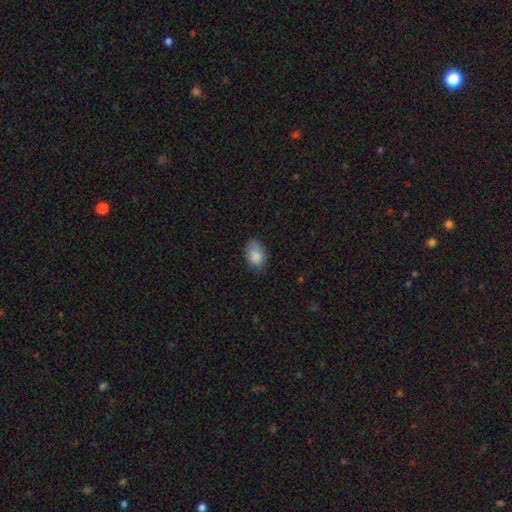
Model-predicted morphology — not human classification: This is clearly a smooth galaxy (86%). How rounded: clearly in between (86%). Merging: likely none (68%).